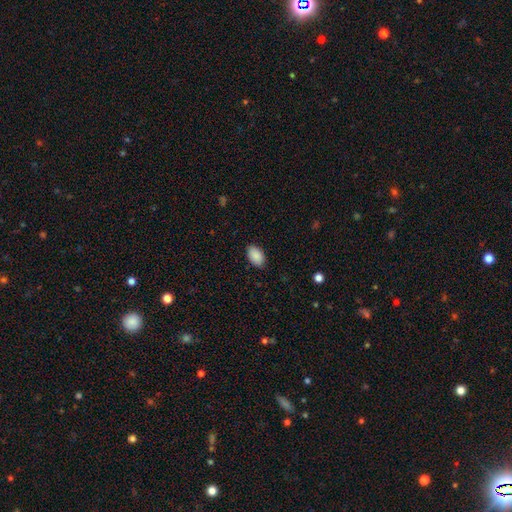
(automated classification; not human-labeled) Smooth or featured: smooth — 90% (star or artifact — 7%)
How rounded: in between — 91% (round — 7%)
Merging: none — 86% (minor disturbance — 10%)